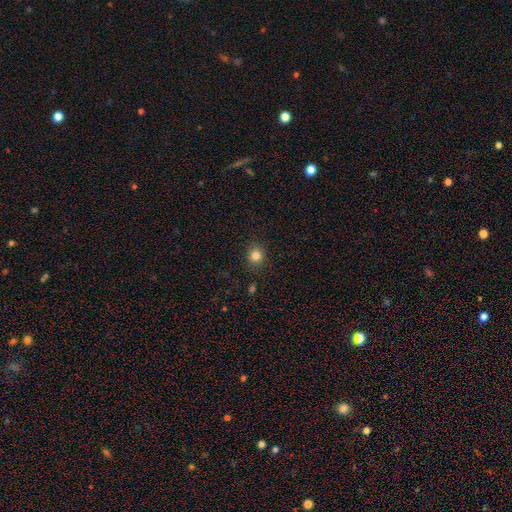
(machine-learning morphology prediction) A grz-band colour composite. It shows a smooth galaxy with no disk features (82%) that is round (81%). Merging: none (88%).